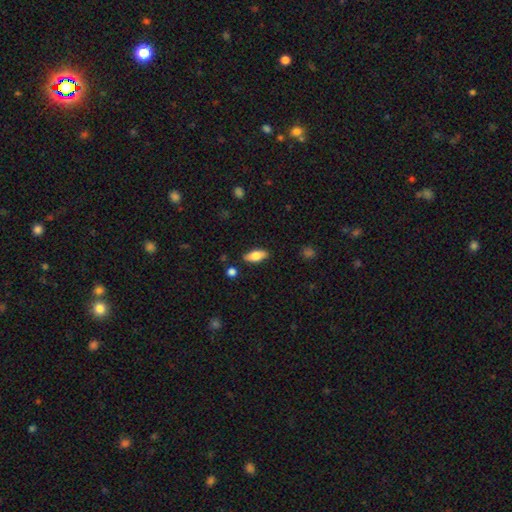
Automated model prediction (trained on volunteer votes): Overall: smooth (75%). How rounded: in between (83%). Merging: none (86%).